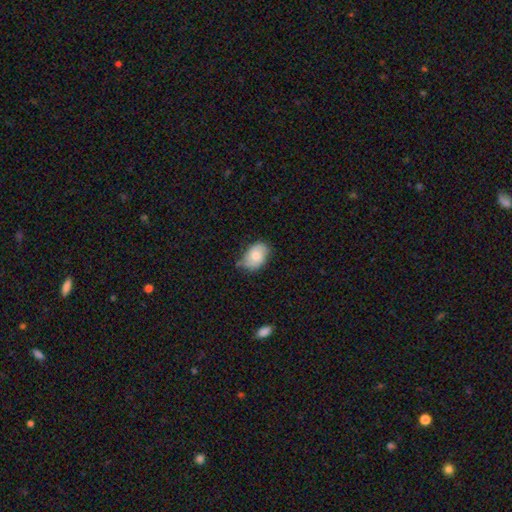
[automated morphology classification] This appears to be a smooth galaxy with no disk features (74%) that is in between round and cigar-shaped (85%). Merging: none (64%).